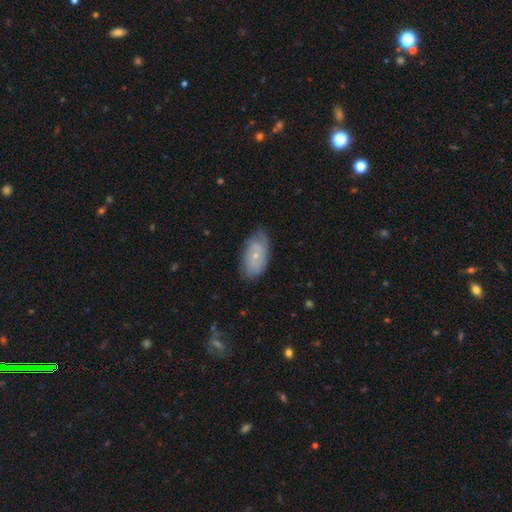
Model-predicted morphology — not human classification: The model was most divided on "smooth or featured": featured or disk: 55%, smooth: 38%, star or artifact: 7%. More confident: edge-on disk — no (94%); bar — no (78%); spiral arms — yes (78%); bulge size — small (75%); merging — none (68%).